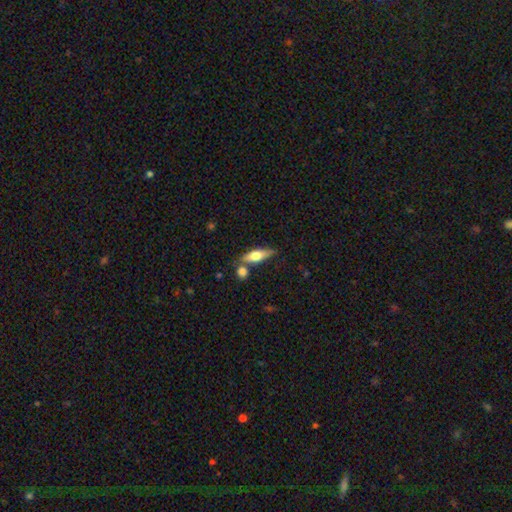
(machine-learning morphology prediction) smooth_or_featured: smooth (p=0.51) [alt: featured or disk p=0.43]
how_rounded: cigar-shaped (p=0.50) [alt: in between p=0.46]
merging: none (p=0.68) [alt: merger p=0.15]